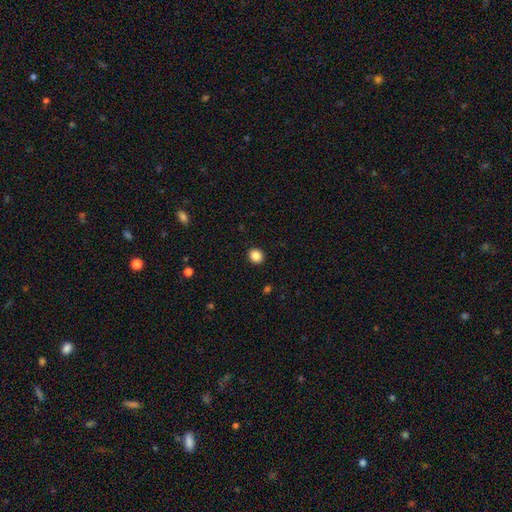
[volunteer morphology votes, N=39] smooth_or_featured: smooth (p=0.87) [alt: star or artifact p=0.08]
how_rounded: round (p=0.79) [alt: in between p=0.21]
merging: none (p=0.92) [alt: major disturbance p=0.06]